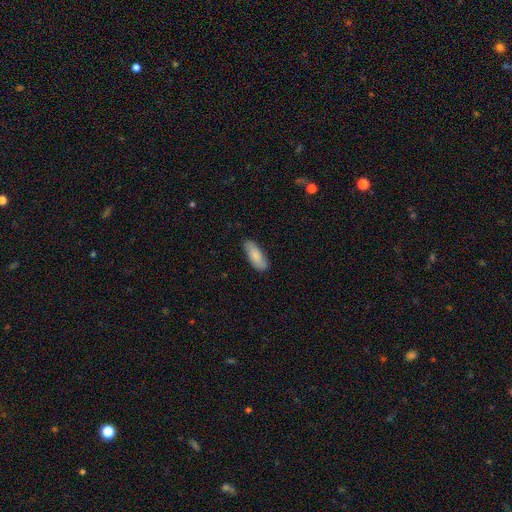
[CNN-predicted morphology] This appears to be a smooth galaxy with no disk features (83%) that is in between round and cigar-shaped (74%). Merging: none (84%).